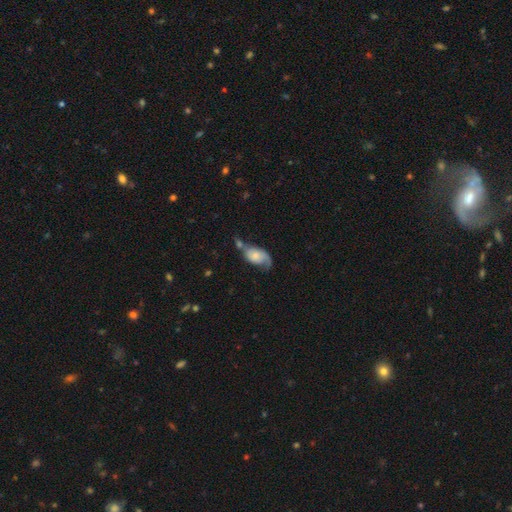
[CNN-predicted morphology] This appears to be a smooth galaxy with no disk features (52%) that is in between round and cigar-shaped (90%). Merging: none (30%).